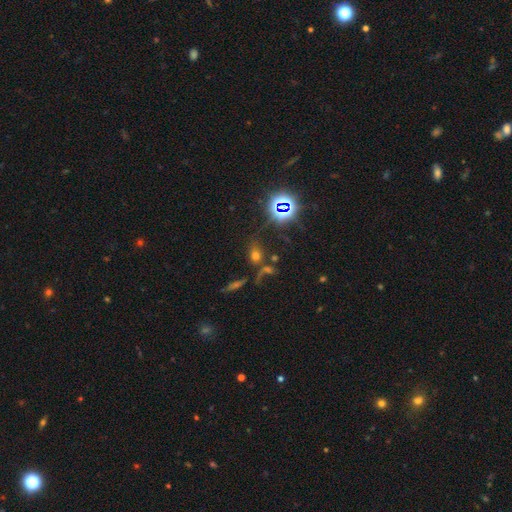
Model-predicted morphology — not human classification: Q: Smooth or featured?
A: smooth (50%); runner-up: star or artifact (36%)
Q: How rounded?
A: in between (50%); runner-up: round (45%)
Q: Merging?
A: none (57%); runner-up: merger (23%)